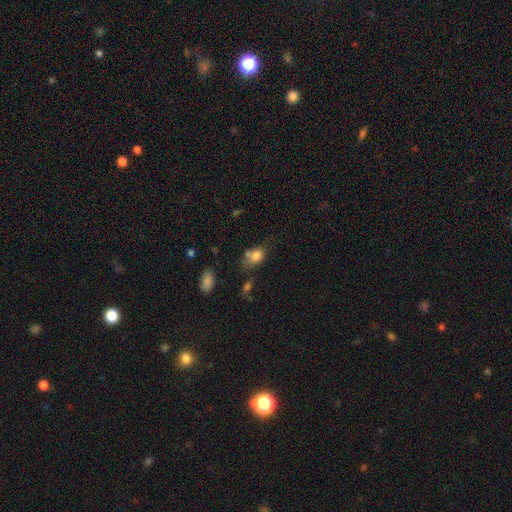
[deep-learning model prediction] This is likely a smooth galaxy (78%). How rounded: likely in between (71%). Merging: marginally none (38%).